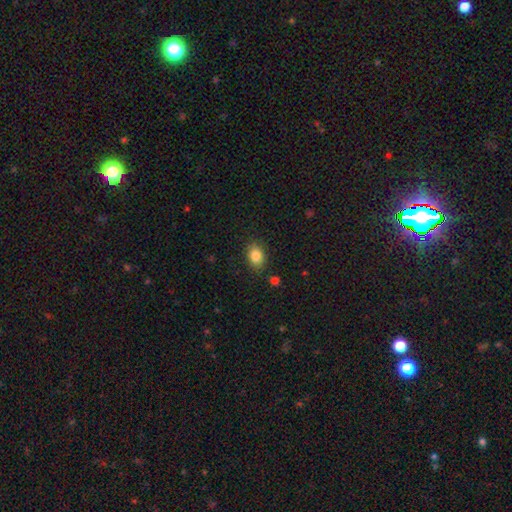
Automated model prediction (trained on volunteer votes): smooth_or_featured: smooth (p=0.85) [alt: star or artifact p=0.09]
how_rounded: in between (p=0.73) [alt: round p=0.26]
merging: none (p=0.84) [alt: minor disturbance p=0.11]